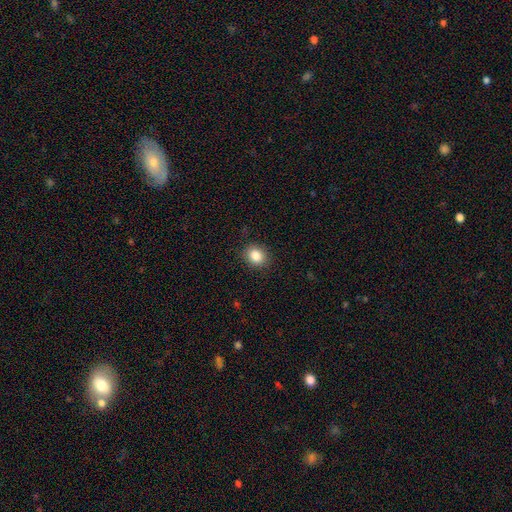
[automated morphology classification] smooth 86%, star or artifact 10%, featured or disk 5%. Down the decision tree: how rounded — round (66%); merging — none (87%).